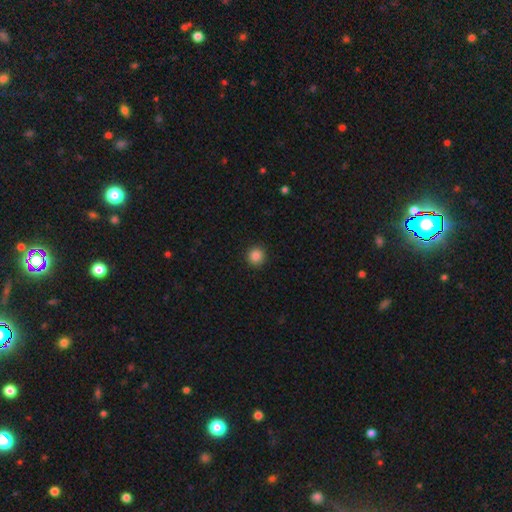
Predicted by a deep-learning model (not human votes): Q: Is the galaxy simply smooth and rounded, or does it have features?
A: smooth — 86%.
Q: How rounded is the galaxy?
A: round — 94%.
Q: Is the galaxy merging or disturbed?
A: none — 93%.